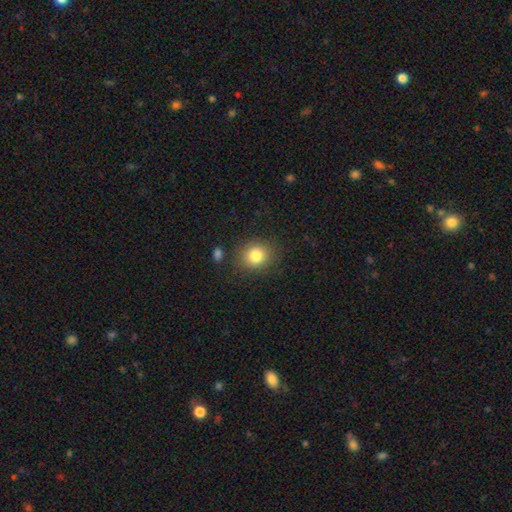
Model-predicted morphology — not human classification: The model was most divided on "how rounded": round: 77%, in between: 22%, cigar-shaped: 1%. More confident: merging — none (84%); smooth or featured — smooth (82%).